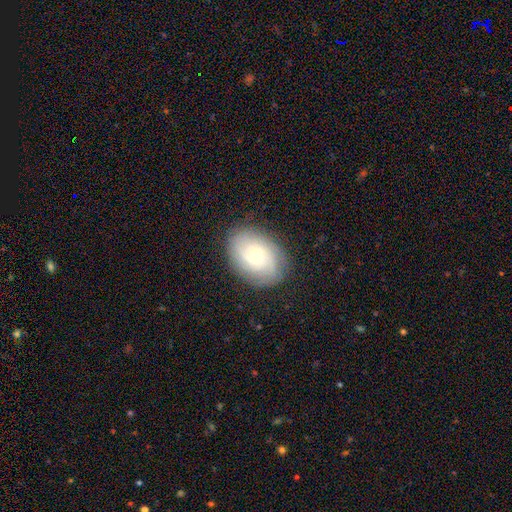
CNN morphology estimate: Q: Smooth or featured?
A: featured or disk (62%); runner-up: smooth (30%)
Q: Edge-on disk?
A: no (95%); runner-up: yes (5%)
Q: Bar?
A: no (54%); runner-up: weak (39%)
Q: Spiral arms?
A: yes (83%); runner-up: no (17%)
Q: Bulge size?
A: moderate (48%); runner-up: small (46%)
Q: Merging?
A: none (81%); runner-up: minor disturbance (13%)